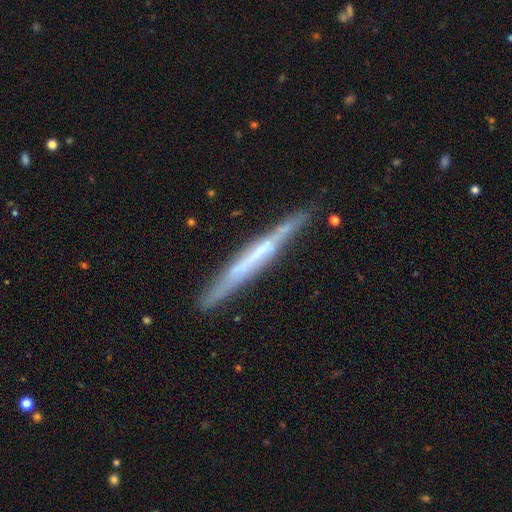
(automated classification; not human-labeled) featured or disk 66%, smooth 27%, star or artifact 6%. Down the decision tree: edge-on disk — yes (94%); edge-on bulge — none (71%); merging — none (84%).